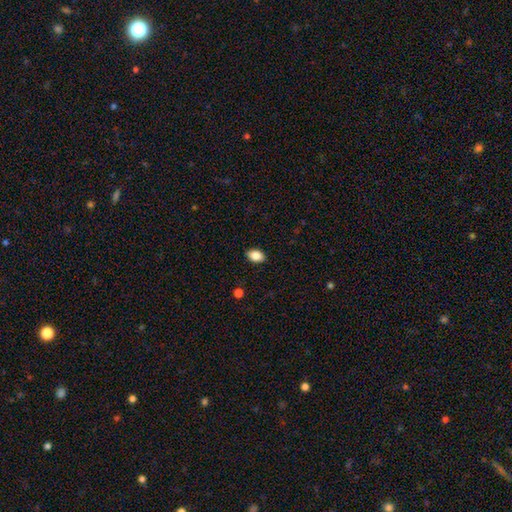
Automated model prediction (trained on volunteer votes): The model was most divided on "how rounded": in between: 85%, round: 13%, cigar-shaped: 1%. More confident: merging — none (89%); smooth or featured — smooth (85%).